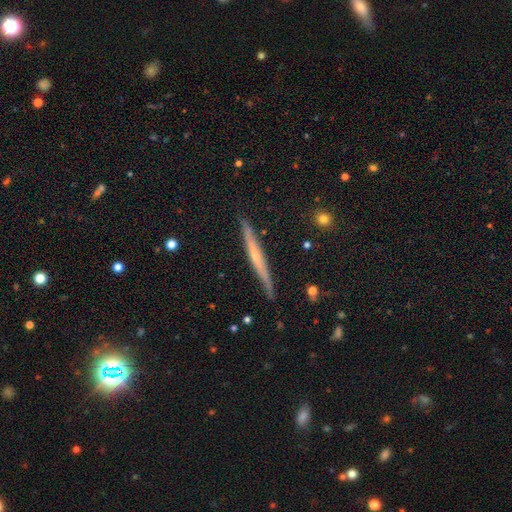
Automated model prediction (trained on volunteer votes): Overall: featured or disk (68%). Edge-on disk: yes (97%). Edge-on bulge: none (49%; rounded 46%). Merging: none (88%).